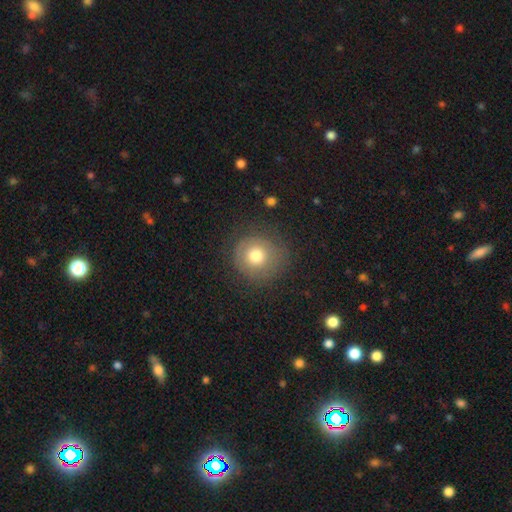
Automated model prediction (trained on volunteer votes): A smooth galaxy with no disk features (70%) that is round (92%). Merging: none (75%).